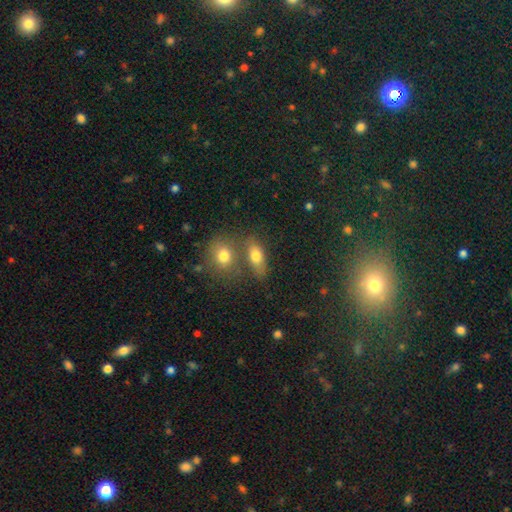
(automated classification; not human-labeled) Smooth or featured: smooth — 76% (featured or disk — 14%)
How rounded: in between — 76% (round — 16%)
Merging: none — 49% (merger — 34%)